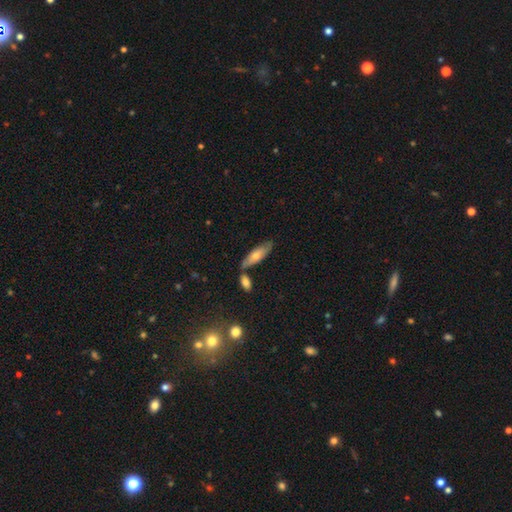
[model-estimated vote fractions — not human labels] A smooth galaxy with no disk features (59%) that is cigar-shaped (50%). Merging: none (67%).